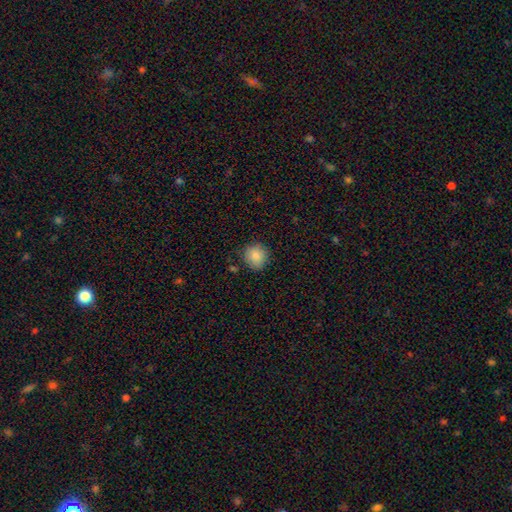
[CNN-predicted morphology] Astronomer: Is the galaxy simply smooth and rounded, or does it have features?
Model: smooth — 87%.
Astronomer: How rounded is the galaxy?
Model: round — 89%.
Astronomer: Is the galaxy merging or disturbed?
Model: none — 84%.